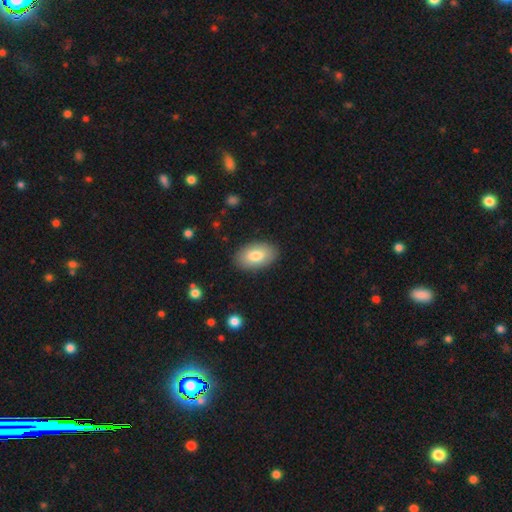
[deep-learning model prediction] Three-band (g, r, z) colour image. It shows a smooth galaxy with no disk features (78%) that is in between round and cigar-shaped (94%). Merging: none (88%).